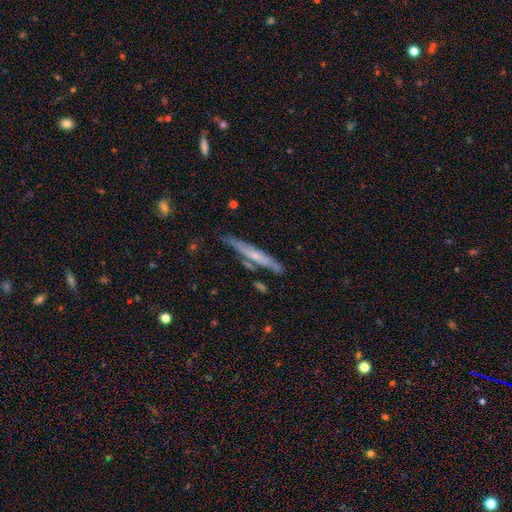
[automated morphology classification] Q: Smooth or featured?
A: featured or disk (55%); runner-up: smooth (38%)
Q: Edge-on disk?
A: yes (86%); runner-up: no (14%)
Q: Merging?
A: none (71%); runner-up: minor disturbance (19%)